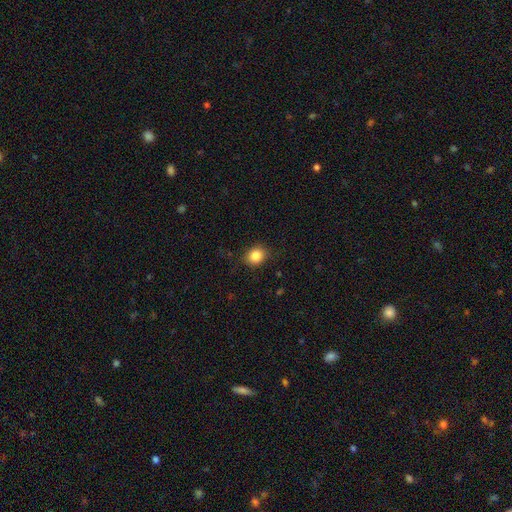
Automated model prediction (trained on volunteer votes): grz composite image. It shows a smooth galaxy with no disk features (85%) that is round (66%). Merging: none (84%).